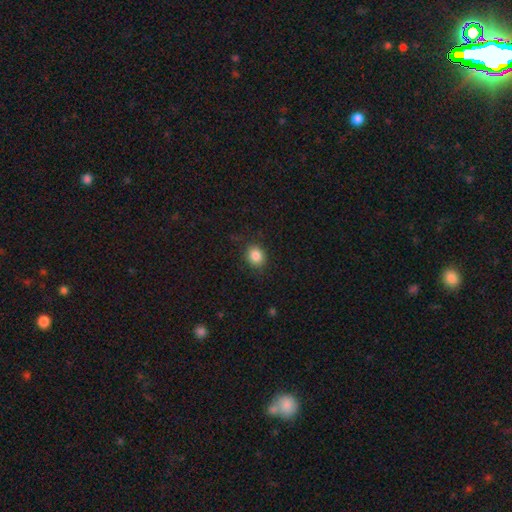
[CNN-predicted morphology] Smooth or featured? smooth (85%)
How rounded? round (66%)
Merging? none (86%)